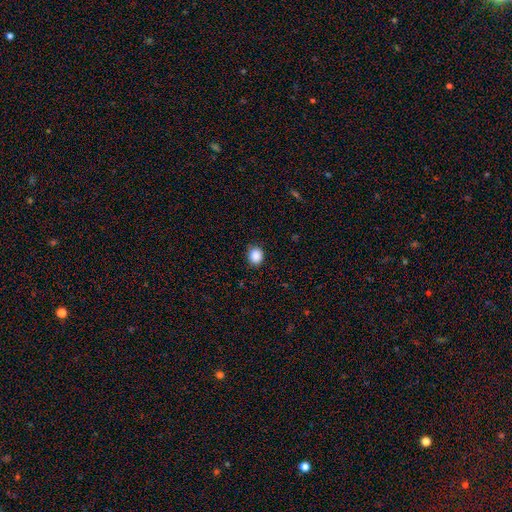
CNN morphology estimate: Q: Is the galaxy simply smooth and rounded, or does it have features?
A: smooth — 88%.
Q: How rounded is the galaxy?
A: round — 68%.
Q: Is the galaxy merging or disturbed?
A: none — 87%.